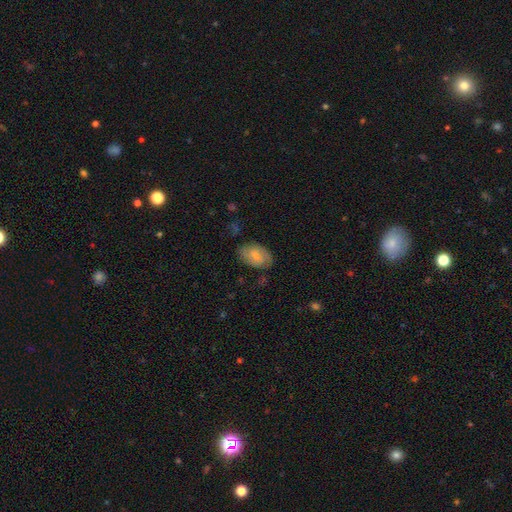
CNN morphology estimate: This is likely a smooth galaxy (61%). How rounded: clearly in between (89%). Merging: likely none (73%).